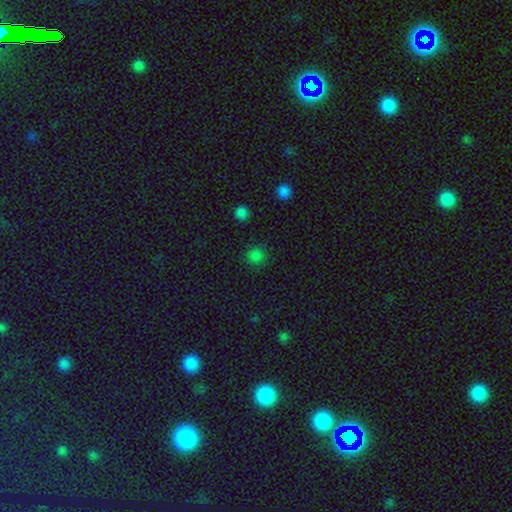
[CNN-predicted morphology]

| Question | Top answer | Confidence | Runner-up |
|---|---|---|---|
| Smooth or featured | smooth | 79% | star or artifact (18%) |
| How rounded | round | 93% | in between (6%) |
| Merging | none | 88% | minor disturbance (8%) |